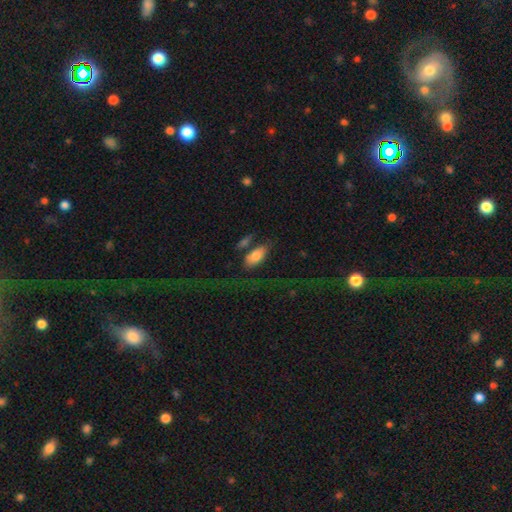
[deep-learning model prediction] Smooth or featured? Predicted: smooth (p=0.78). How rounded? Predicted: in between (p=0.89). Merging? Predicted: none (p=0.53).